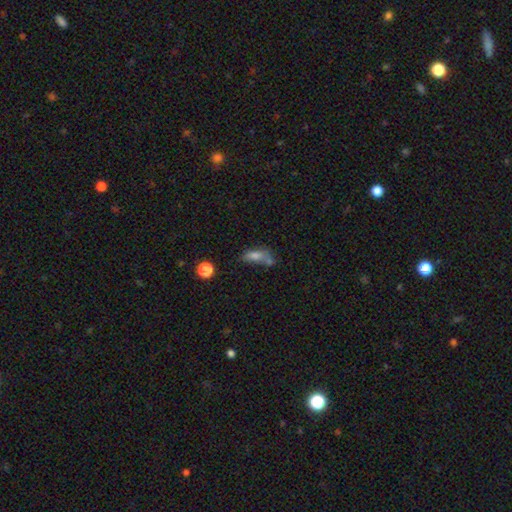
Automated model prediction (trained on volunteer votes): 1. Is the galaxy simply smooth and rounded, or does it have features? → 65% smooth, 19% featured or disk, 16% star or artifact.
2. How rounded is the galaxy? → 70% in between, 18% cigar-shaped, 12% round.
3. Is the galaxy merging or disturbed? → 32% none, 31% merger, 20% minor disturbance, 18% major disturbance.